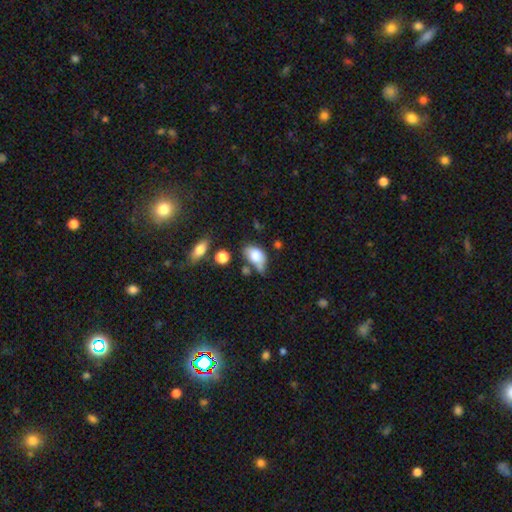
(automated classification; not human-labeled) Smooth or featured: smooth — 74% (featured or disk — 17%)
How rounded: in between — 88% (round — 10%)
Merging: minor disturbance — 33% (none — 30%)